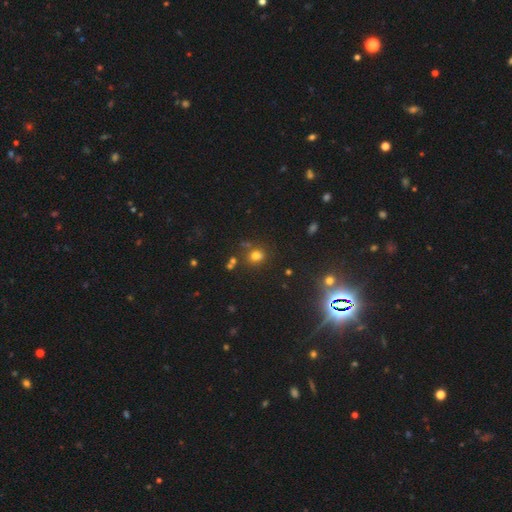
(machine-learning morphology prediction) Overall: smooth (70%). How rounded: round (72%). Merging: none (72%).